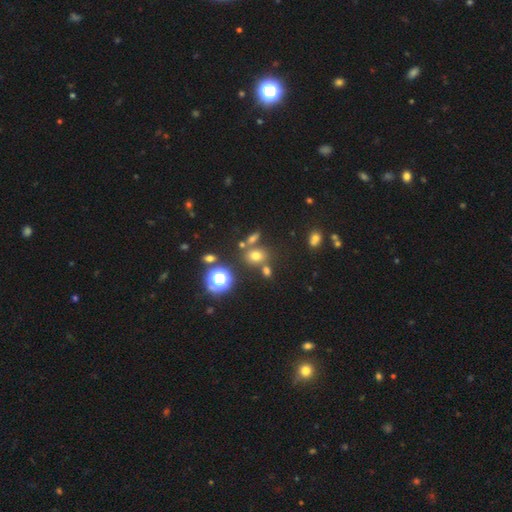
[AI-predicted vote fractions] Smooth or featured?
  - smooth: 66% *
  - star or artifact: 24%
  - featured or disk: 10%
How rounded?
  - round: 58% *
  - in between: 41%
  - cigar-shaped: 2%
Merging?
  - none: 69% *
  - merger: 16%
  - minor disturbance: 11%
  - major disturbance: 4%